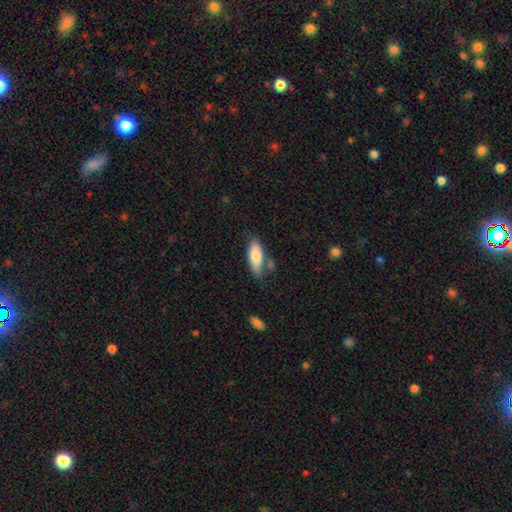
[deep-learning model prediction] Overall: smooth (80%). How rounded: in between (71%). Merging: none (65%).